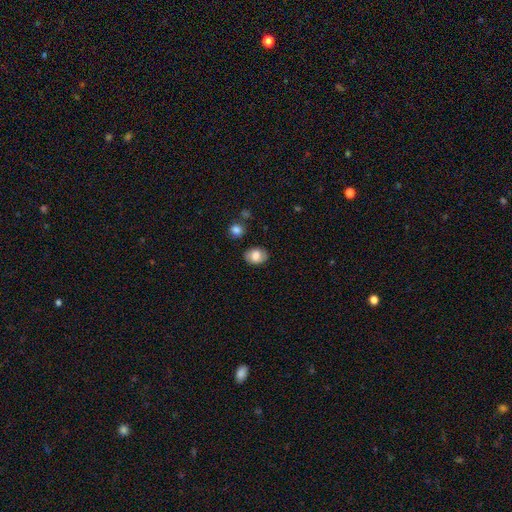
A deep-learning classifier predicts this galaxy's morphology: Smooth or featured? Predicted: smooth (p=0.74). How rounded? Predicted: in between (p=0.70). Merging? Predicted: none (p=0.82).